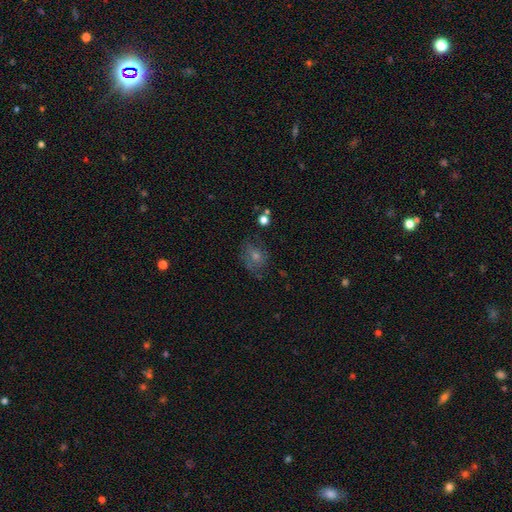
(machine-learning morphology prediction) This is marginally a smooth galaxy (38%). Merging: likely none (68%).